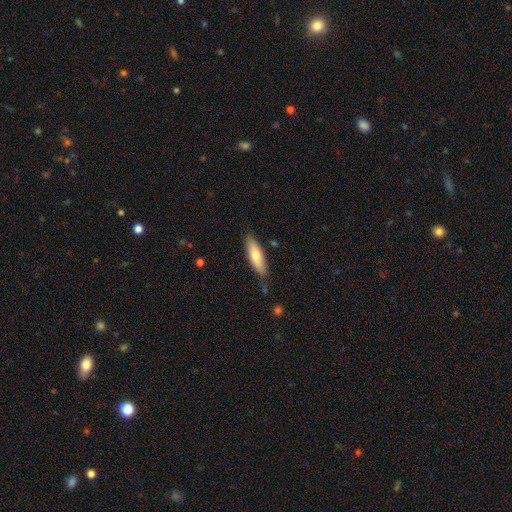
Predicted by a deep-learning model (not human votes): Overall: smooth (70%). How rounded: cigar-shaped (59%; in between 40%). Merging: none (79%).